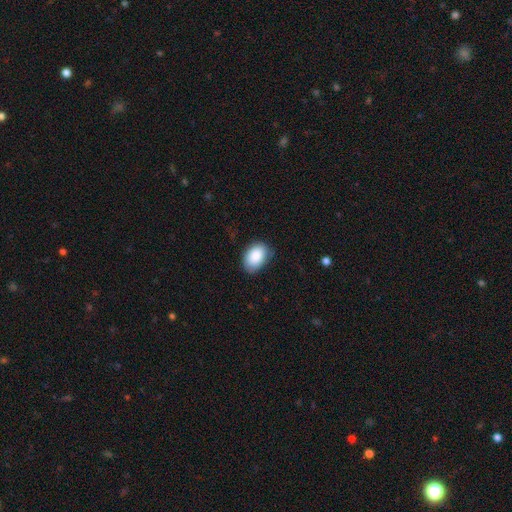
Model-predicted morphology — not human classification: A smooth galaxy with no disk features (88%) that is in between round and cigar-shaped (86%). Merging: none (76%).